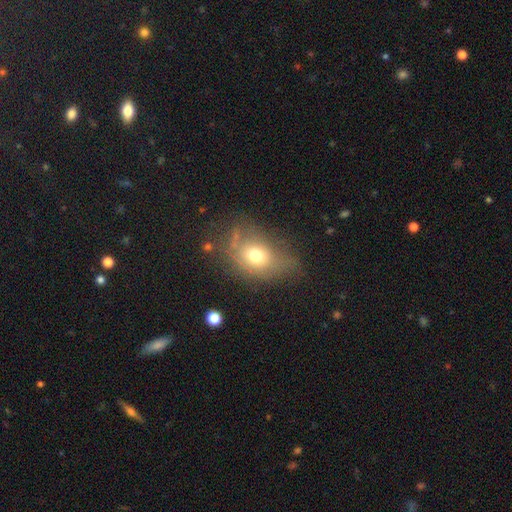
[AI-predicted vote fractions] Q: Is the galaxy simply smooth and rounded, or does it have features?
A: smooth — 66%.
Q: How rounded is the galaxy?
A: in between — 65%.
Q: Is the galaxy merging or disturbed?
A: none — 53%.